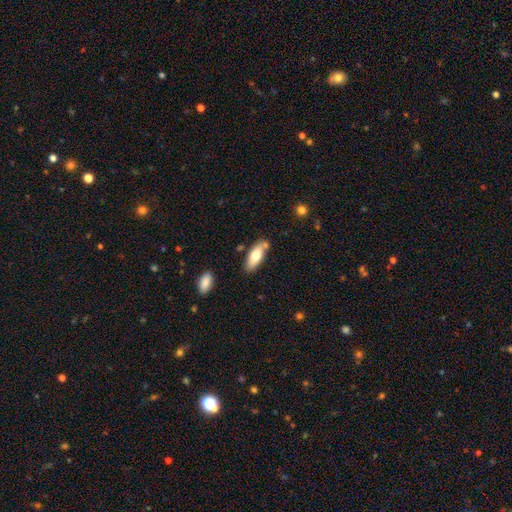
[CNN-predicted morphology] Smooth or featured? Predicted: smooth (p=0.73). How rounded? Predicted: in between (p=0.76). Merging? Predicted: none (p=0.72).